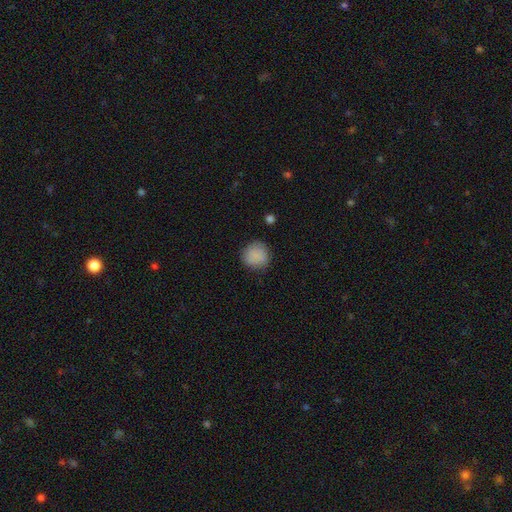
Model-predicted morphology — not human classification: This appears to be a smooth galaxy with no disk features (87%) that is round (90%). Merging: none (82%).